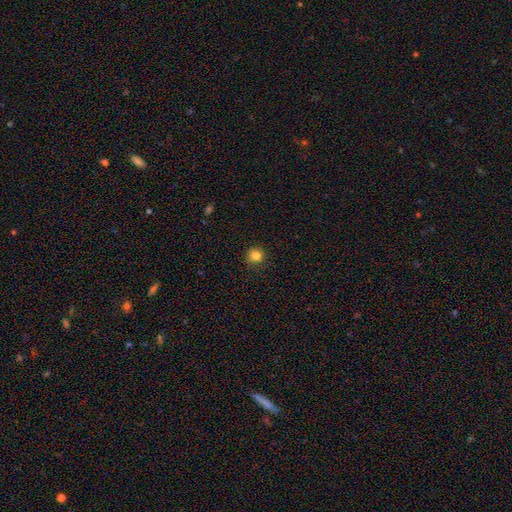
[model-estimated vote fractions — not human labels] Q: Smooth or featured?
A: smooth (83%); runner-up: star or artifact (12%)
Q: How rounded?
A: round (94%); runner-up: in between (5%)
Q: Merging?
A: none (90%); runner-up: minor disturbance (7%)